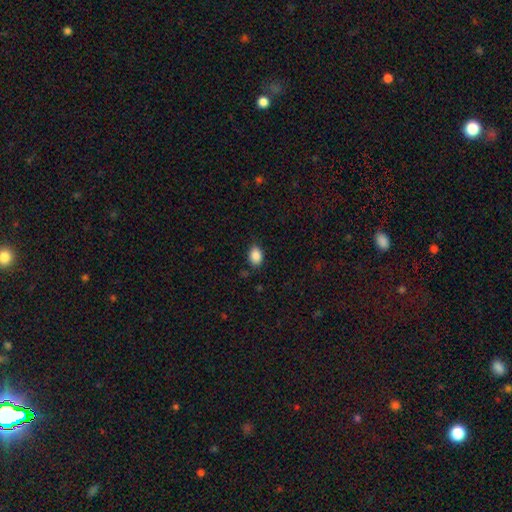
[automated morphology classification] The model was most divided on "how rounded": in between: 77%, round: 22%, cigar-shaped: 1%. More confident: smooth or featured — smooth (88%); merging — none (83%).